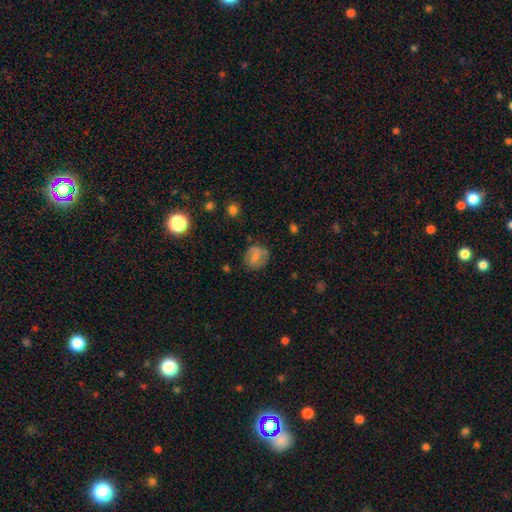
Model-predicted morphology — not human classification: smooth-or-featured: smooth: 49% | featured or disk: 42% | star or artifact: 9%
  merging: none: 74% | minor disturbance: 18% | major disturbance: 6% | merger: 2%